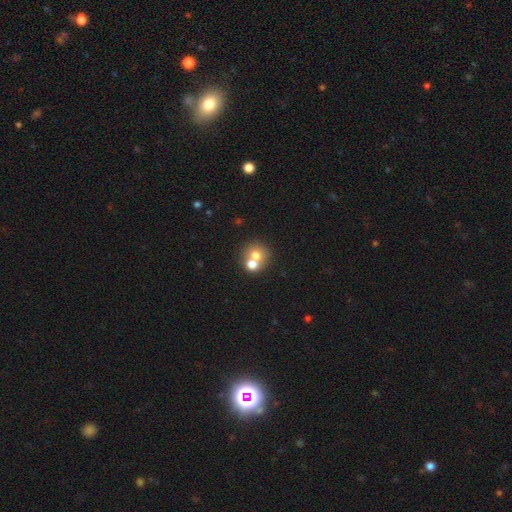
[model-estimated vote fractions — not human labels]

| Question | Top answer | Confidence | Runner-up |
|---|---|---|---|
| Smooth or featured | smooth | 69% | featured or disk (19%) |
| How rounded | round | 83% | in between (16%) |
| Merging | merger | 53% | none (39%) |